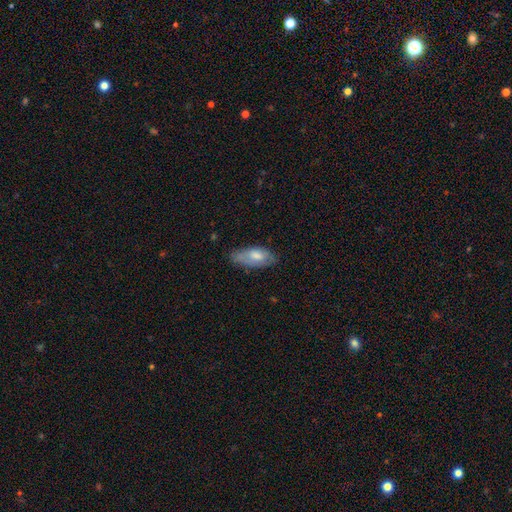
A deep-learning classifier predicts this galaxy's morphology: Smooth or featured?
  - smooth: 66% *
  - featured or disk: 28%
  - star or artifact: 6%
How rounded?
  - in between: 85% *
  - cigar-shaped: 13%
  - round: 2%
Merging?
  - none: 58% *
  - minor disturbance: 32%
  - major disturbance: 9%
  - merger: 2%